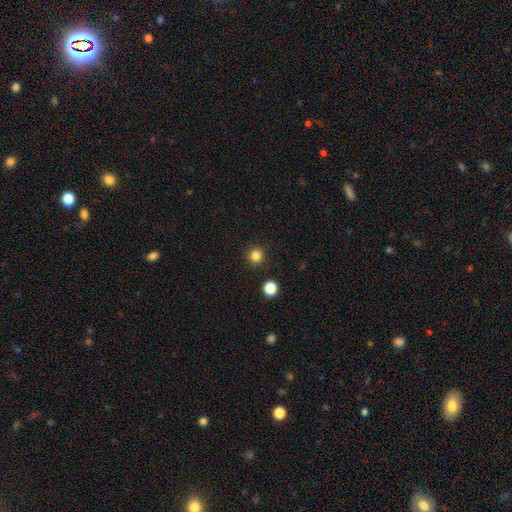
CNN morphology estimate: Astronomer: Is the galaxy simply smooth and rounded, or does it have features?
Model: smooth — 83%.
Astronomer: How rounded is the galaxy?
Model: round — 95%.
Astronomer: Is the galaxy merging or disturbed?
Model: none — 92%.